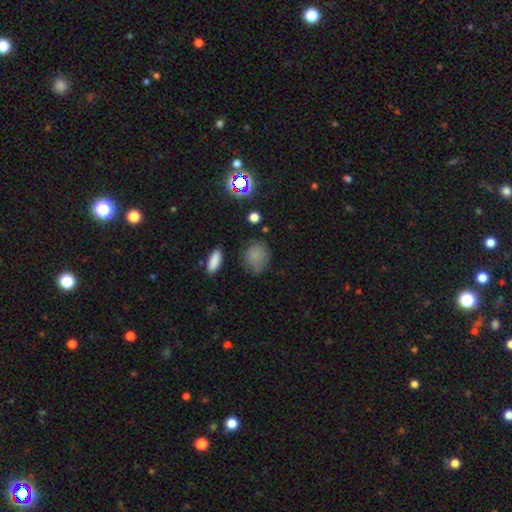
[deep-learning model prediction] smooth-or-featured: smooth: 79% | star or artifact: 13% | featured or disk: 7%
  how-rounded: round: 58% | in between: 41% | cigar-shaped: 2%
  merging: none: 69% | minor disturbance: 21% | major disturbance: 7% | merger: 3%